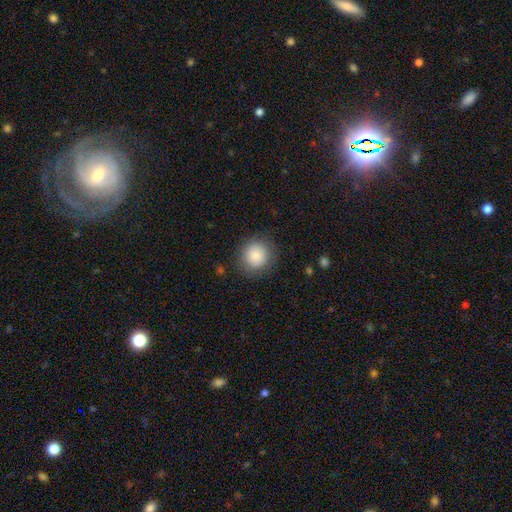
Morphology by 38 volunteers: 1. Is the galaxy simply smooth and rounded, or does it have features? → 84% smooth, 8% featured or disk, 8% star or artifact.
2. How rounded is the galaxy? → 91% round, 9% in between, 0% cigar-shaped.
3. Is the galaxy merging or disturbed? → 94% none, 6% minor disturbance, 0% major disturbance, 0% merger.